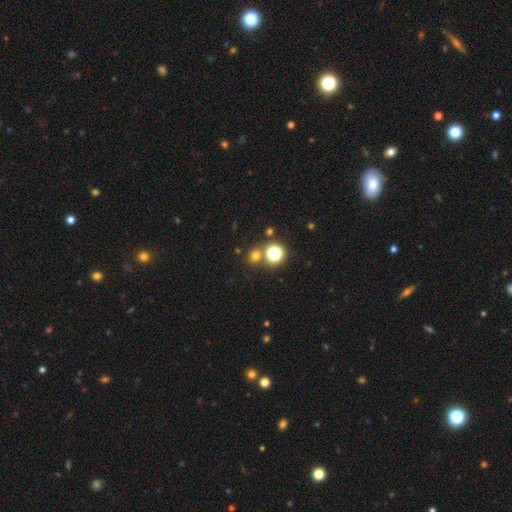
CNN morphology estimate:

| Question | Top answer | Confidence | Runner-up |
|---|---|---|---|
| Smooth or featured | smooth | 66% | star or artifact (28%) |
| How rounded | round | 85% | in between (14%) |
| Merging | none | 74% | merger (15%) |